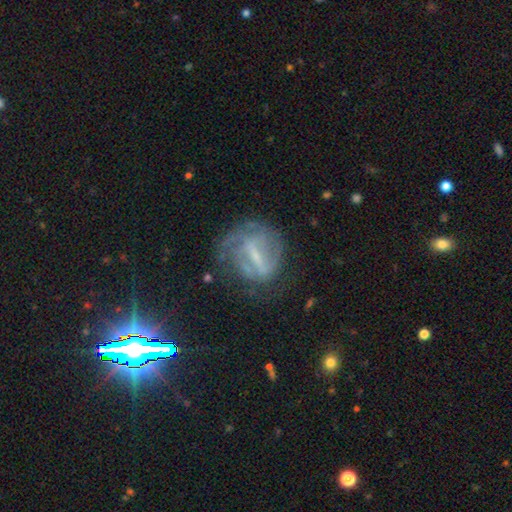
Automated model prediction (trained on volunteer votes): Smooth or featured?
  - featured or disk: 70% *
  - smooth: 16%
  - star or artifact: 14%
Edge-on disk?
  - no: 93% *
  - yes: 7%
Bar?
  - strong: 51% *
  - weak: 36%
  - no: 13%
Spiral arms?
  - yes: 74% *
  - no: 26%
Bulge size?
  - small: 43% *
  - none: 31%
  - moderate: 22%
  - large: 3%
  - dominant: 1%
Merging?
  - none: 58% *
  - minor disturbance: 22%
  - major disturbance: 18%
  - merger: 2%